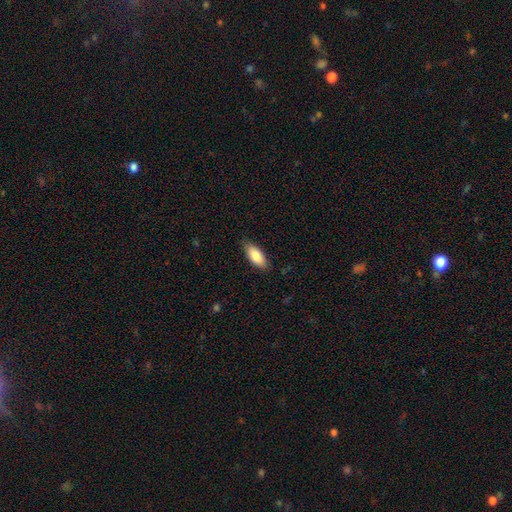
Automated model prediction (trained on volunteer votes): Overall: smooth (85%). How rounded: in between (83%). Merging: none (83%).